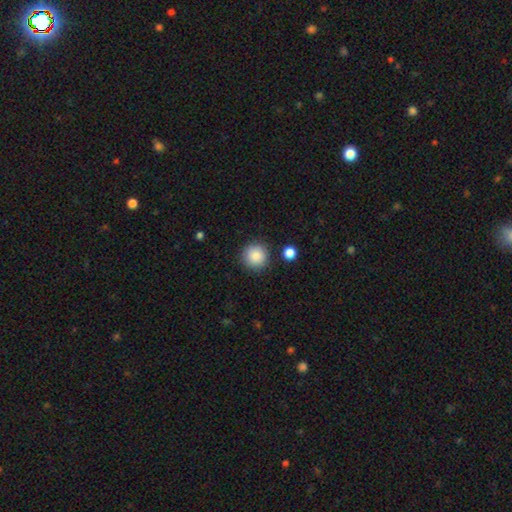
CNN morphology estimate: type=smooth (87%); roundness=round (95%); merging=none (87%).